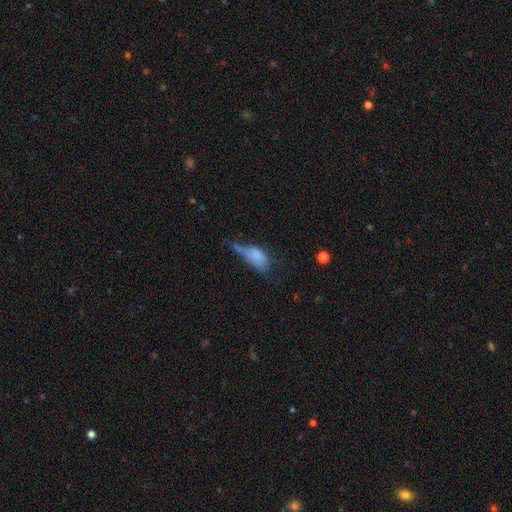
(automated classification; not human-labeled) This is likely a smooth galaxy (69%). How rounded: clearly in between (86%). Merging: marginally major disturbance (40%).